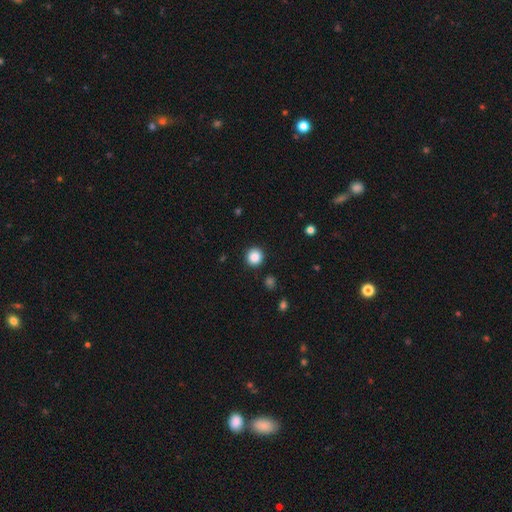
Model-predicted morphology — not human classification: Smooth or featured?
  - smooth: 87% *
  - star or artifact: 10%
  - featured or disk: 3%
How rounded?
  - round: 93% *
  - in between: 6%
  - cigar-shaped: 1%
Merging?
  - none: 91% *
  - minor disturbance: 5%
  - major disturbance: 2%
  - merger: 1%